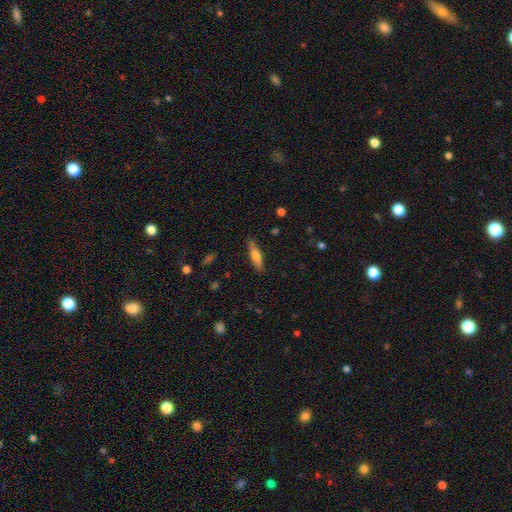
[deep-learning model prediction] Morphology: type=smooth (61%); roundness=cigar-shaped (75%); merging=none (87%).